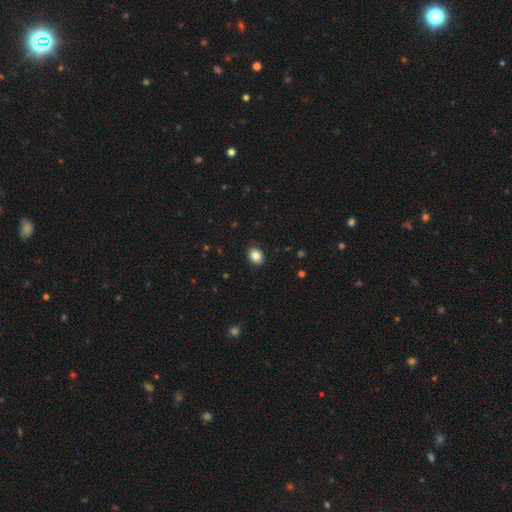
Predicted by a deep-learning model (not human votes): A smooth galaxy with no disk features (85%) that is in between round and cigar-shaped (62%). Merging: none (90%).